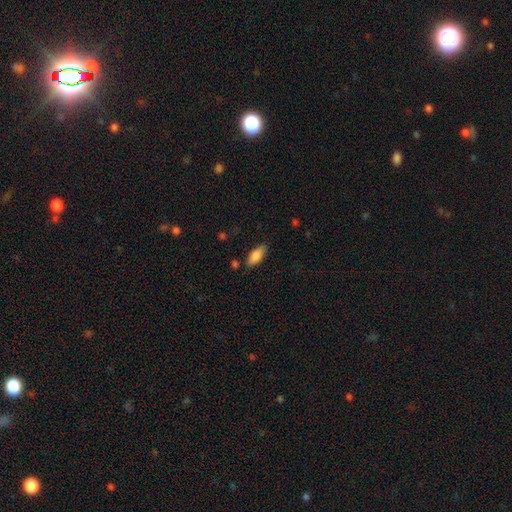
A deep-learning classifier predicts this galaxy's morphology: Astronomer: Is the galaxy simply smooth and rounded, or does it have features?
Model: smooth — 82%.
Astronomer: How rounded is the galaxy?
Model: in between — 78%.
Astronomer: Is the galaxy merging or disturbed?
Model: none — 79%.